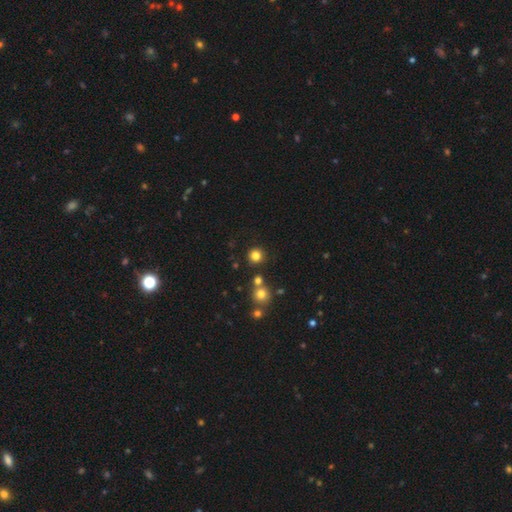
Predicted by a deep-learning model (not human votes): A smooth galaxy with no disk features (80%) that is round (94%). Merging: none (85%).